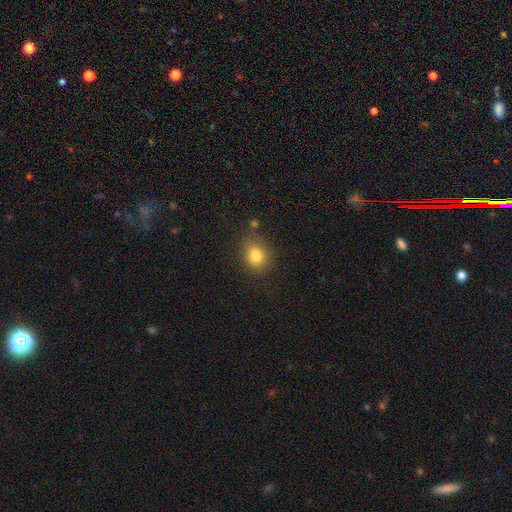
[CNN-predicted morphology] Overall: smooth (81%). How rounded: round (67%; in between 32%). Merging: none (80%).